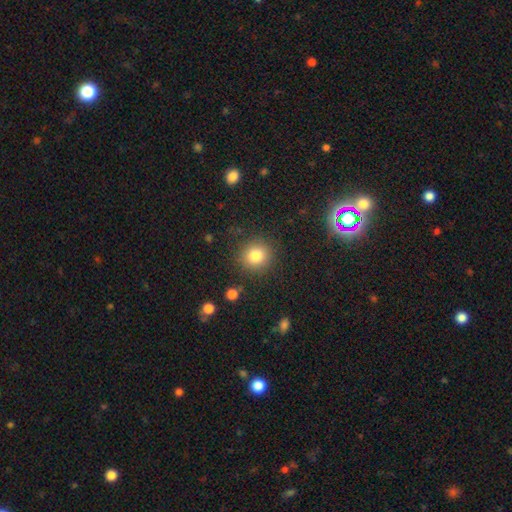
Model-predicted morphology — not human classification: Smooth or featured: smooth — 81% (star or artifact — 12%)
How rounded: round — 89% (in between — 10%)
Merging: none — 88% (minor disturbance — 7%)